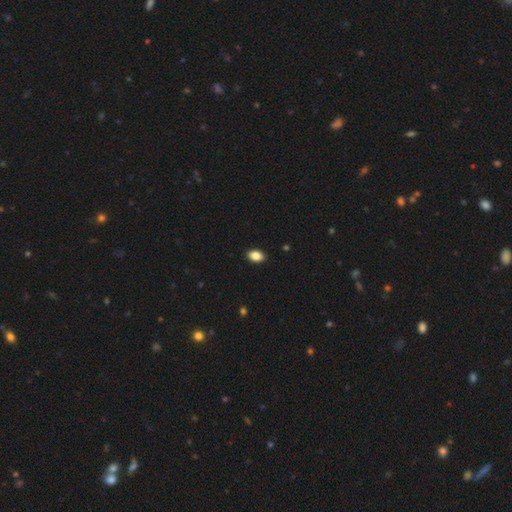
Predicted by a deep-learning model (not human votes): A smooth galaxy with no disk features (87%) that is in between round and cigar-shaped (88%). Merging: none (90%).